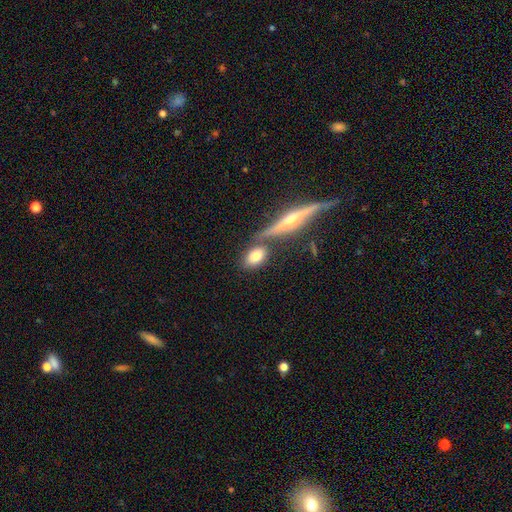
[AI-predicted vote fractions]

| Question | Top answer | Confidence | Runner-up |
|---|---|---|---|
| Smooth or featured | smooth | 75% | featured or disk (17%) |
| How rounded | in between | 80% | round (13%) |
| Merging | none | 62% | merger (21%) |